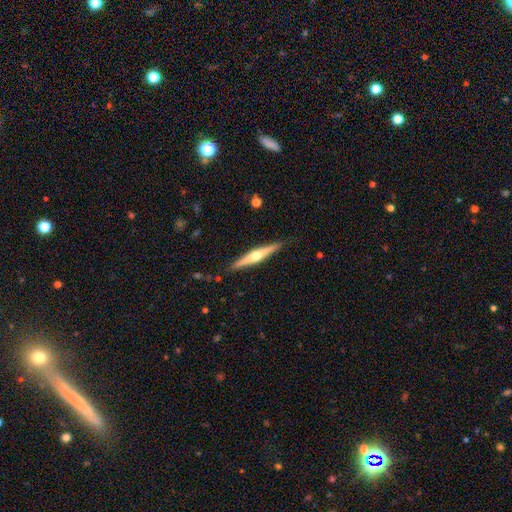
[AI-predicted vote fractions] A featured or disk galaxy (68%) viewed edge-on (97%) with a rounded central bulge (93%).

Vote fractions:
- Smooth or featured? featured or disk: 68% / smooth: 27% / star or artifact: 5%
- Edge-on disk? yes: 97% / no: 3%
- Edge-on bulge? rounded: 93% / none: 4% / boxy: 3%
- Merging? none: 89% / minor disturbance: 9% / major disturbance: 2% / merger: 1%